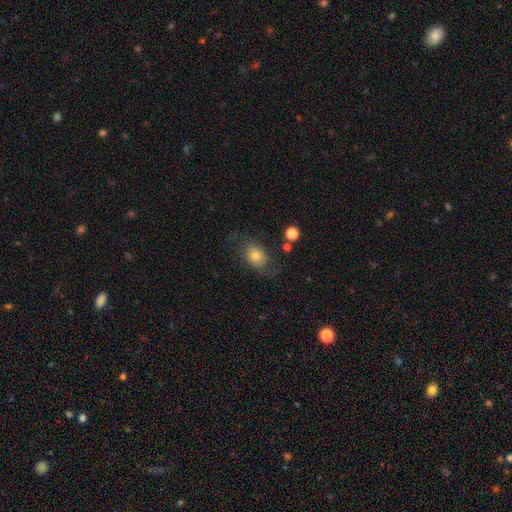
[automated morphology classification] This is possibly a smooth galaxy (59%). How rounded: possibly in between (53%). Merging: likely none (61%).